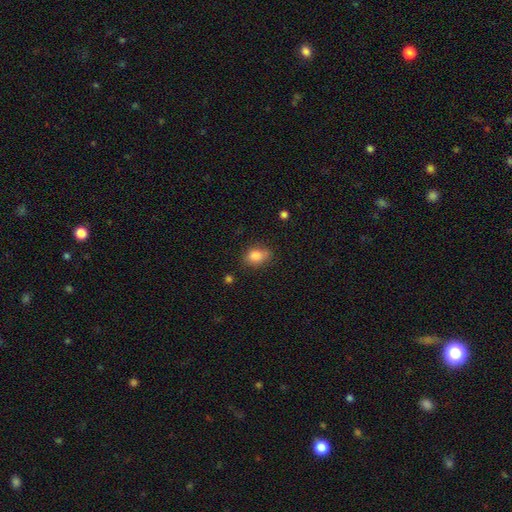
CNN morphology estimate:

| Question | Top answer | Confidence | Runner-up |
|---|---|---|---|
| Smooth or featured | smooth | 84% | star or artifact (9%) |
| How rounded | in between | 68% | round (30%) |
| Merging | none | 65% | minor disturbance (26%) |